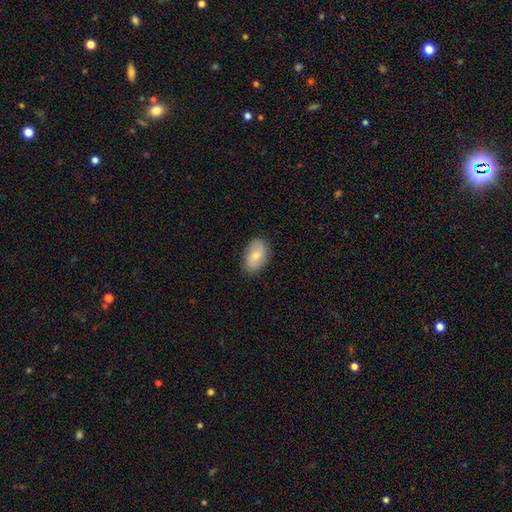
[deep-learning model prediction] Smooth or featured: smooth — 72% (featured or disk — 21%)
How rounded: in between — 90% (round — 8%)
Merging: none — 84% (minor disturbance — 12%)